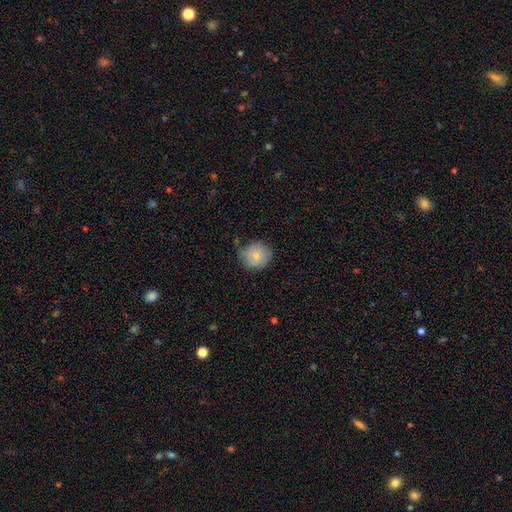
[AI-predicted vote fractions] Smooth or featured?
  - smooth: 74% *
  - featured or disk: 19%
  - star or artifact: 7%
How rounded?
  - round: 88% *
  - in between: 11%
  - cigar-shaped: 1%
Merging?
  - none: 72% *
  - minor disturbance: 21%
  - major disturbance: 4%
  - merger: 2%